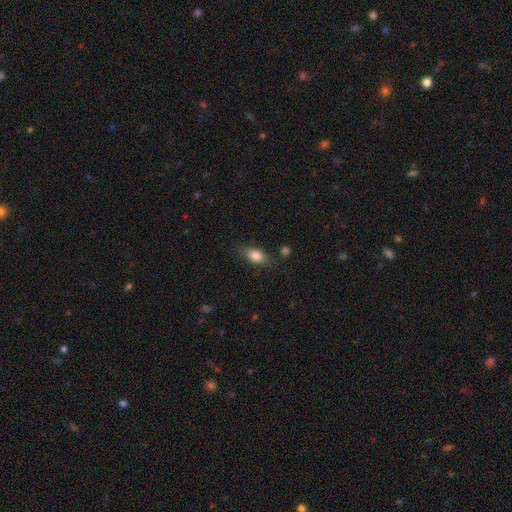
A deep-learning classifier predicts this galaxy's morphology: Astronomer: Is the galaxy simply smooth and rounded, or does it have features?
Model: smooth — 78%.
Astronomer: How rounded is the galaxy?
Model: in between — 80%.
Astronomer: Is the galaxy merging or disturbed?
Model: none — 75%.